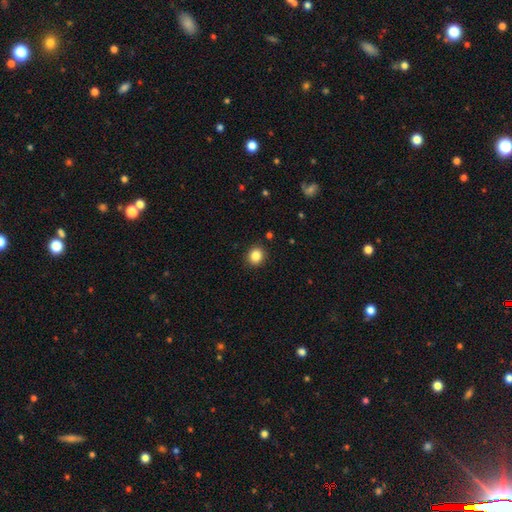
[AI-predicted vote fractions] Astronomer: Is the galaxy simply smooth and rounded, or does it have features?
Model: smooth — 85%.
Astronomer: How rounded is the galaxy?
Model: round — 77%.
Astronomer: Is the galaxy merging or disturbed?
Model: none — 90%.